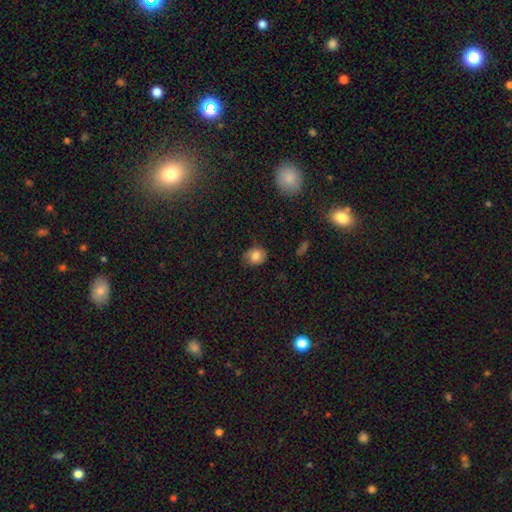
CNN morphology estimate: Smooth or featured? smooth (80%)
How rounded? round (58%)
Merging? none (65%)